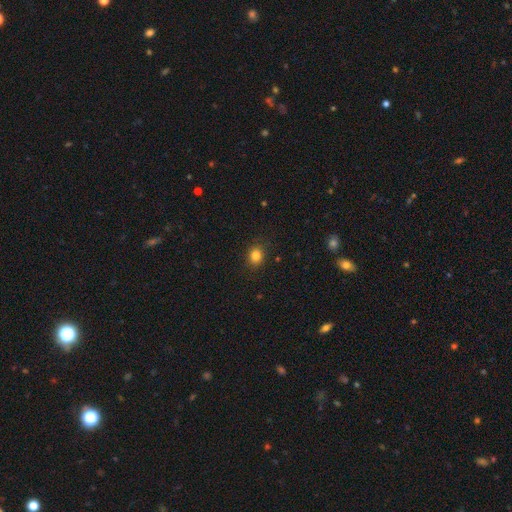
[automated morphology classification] Smooth or featured? smooth (83%)
How rounded? round (69%)
Merging? none (88%)